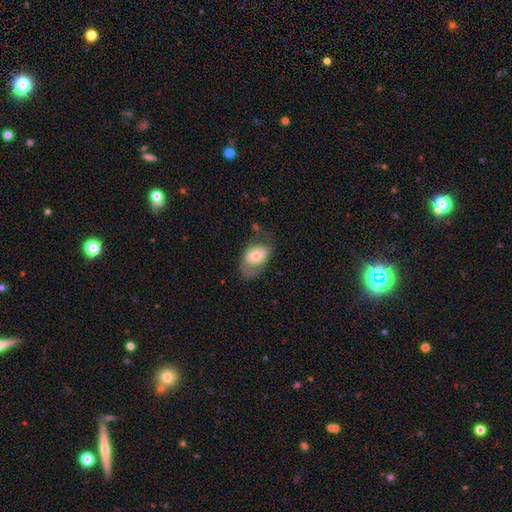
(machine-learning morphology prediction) Smooth or featured: smooth — 62% (featured or disk — 32%)
How rounded: in between — 83% (round — 16%)
Merging: none — 44% (minor disturbance — 29%)